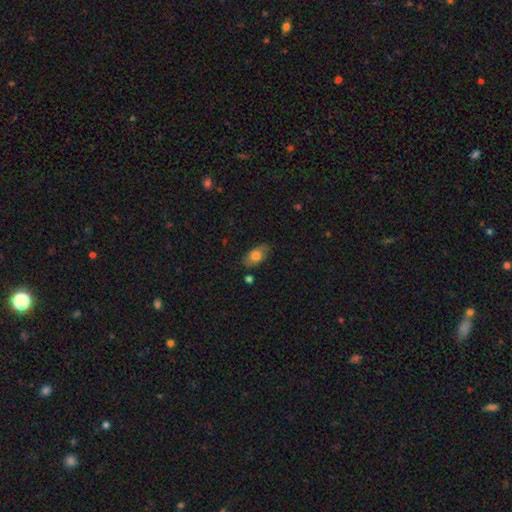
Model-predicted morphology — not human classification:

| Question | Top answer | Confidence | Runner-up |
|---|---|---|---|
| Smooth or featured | smooth | 68% | featured or disk (24%) |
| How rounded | in between | 89% | round (7%) |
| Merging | none | 73% | minor disturbance (20%) |